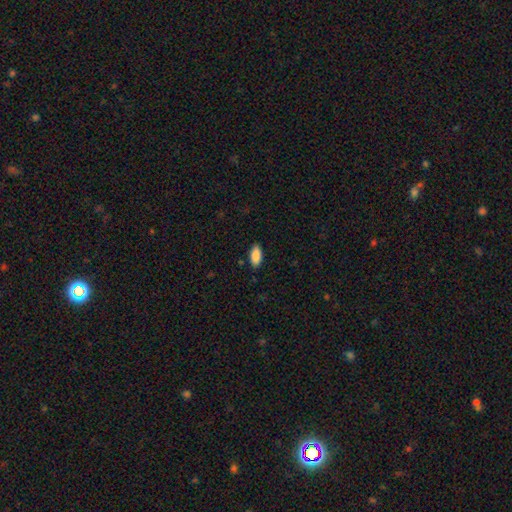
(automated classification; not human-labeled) The model was most divided on "merging": none: 87%, minor disturbance: 9%, major disturbance: 2%, merger: 1%. More confident: how rounded — in between (91%); smooth or featured — smooth (89%).